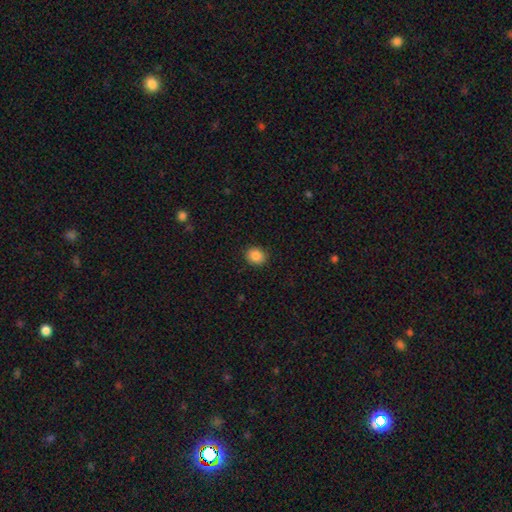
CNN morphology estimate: Smooth or featured: smooth — 87% (star or artifact — 9%)
How rounded: round — 66% (in between — 33%)
Merging: none — 89% (minor disturbance — 8%)